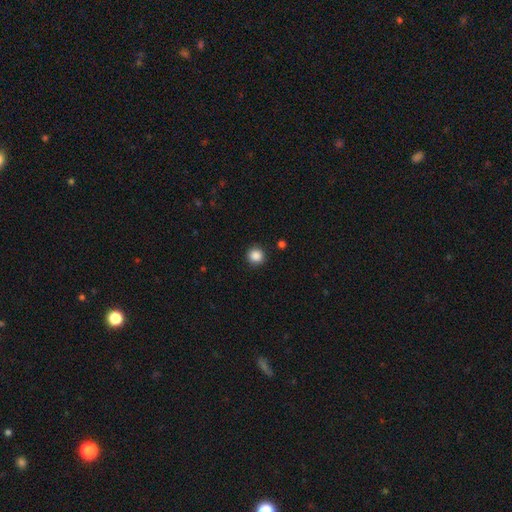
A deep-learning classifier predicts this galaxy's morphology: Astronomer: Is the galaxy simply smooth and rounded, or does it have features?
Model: smooth — 87%.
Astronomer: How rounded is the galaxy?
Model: round — 94%.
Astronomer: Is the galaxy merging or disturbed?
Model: none — 91%.